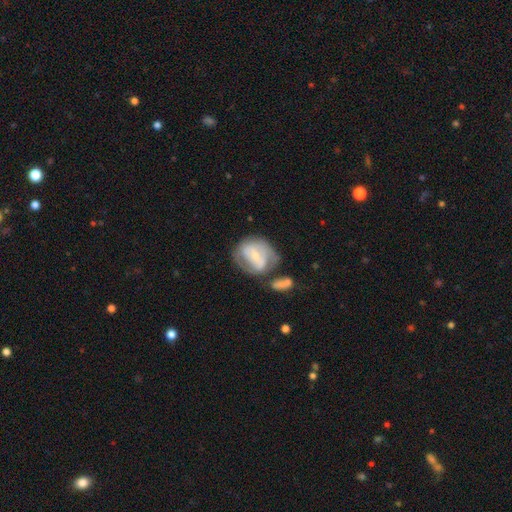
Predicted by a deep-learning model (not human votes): Smooth or featured? Predicted: featured or disk (p=0.60). Edge-on disk? Predicted: no (p=0.96). Bar? Predicted: weak (p=0.39). Spiral arms? Predicted: yes (p=0.61). Bulge size? Predicted: small (p=0.63). Merging? Predicted: none (p=0.37).